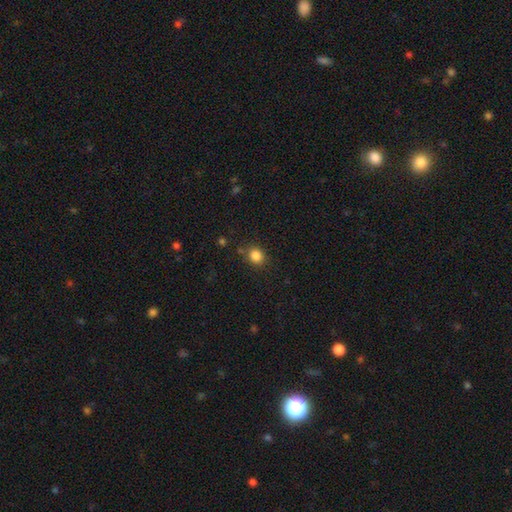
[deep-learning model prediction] The model was most divided on "how rounded": round: 74%, in between: 25%, cigar-shaped: 1%. More confident: smooth or featured — smooth (84%); merging — none (83%).